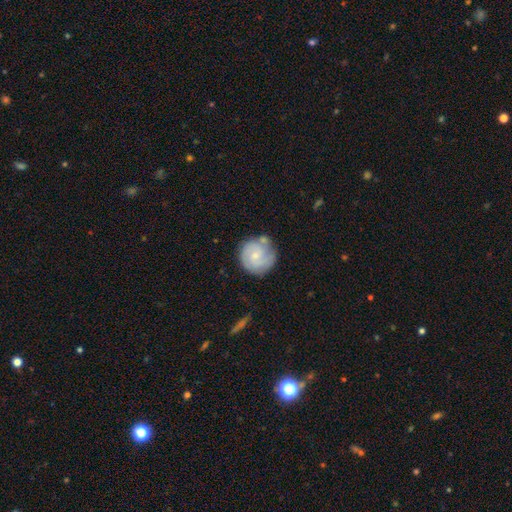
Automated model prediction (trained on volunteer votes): smooth_or_featured: featured or disk (p=0.54) [alt: smooth p=0.40]
disk_edge_on: no (p=0.98) [alt: yes p=0.02]
bar: no (p=0.71) [alt: weak p=0.26]
has_spiral_arms: yes (p=0.84) [alt: no p=0.16]
bulge_size: small (p=0.71) [alt: moderate p=0.23]
merging: none (p=0.63) [alt: minor disturbance p=0.20]